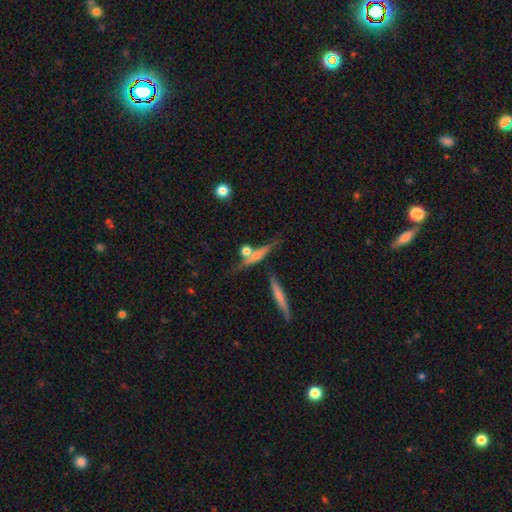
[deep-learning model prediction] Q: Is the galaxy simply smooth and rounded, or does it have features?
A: featured or disk — 46%.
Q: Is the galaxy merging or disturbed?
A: none — 59%.